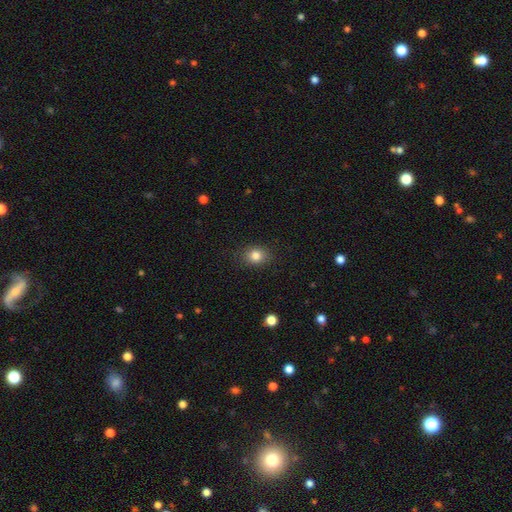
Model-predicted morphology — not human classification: smooth 83%, star or artifact 10%, featured or disk 7%. Down the decision tree: how rounded — in between (52%); merging — none (86%).